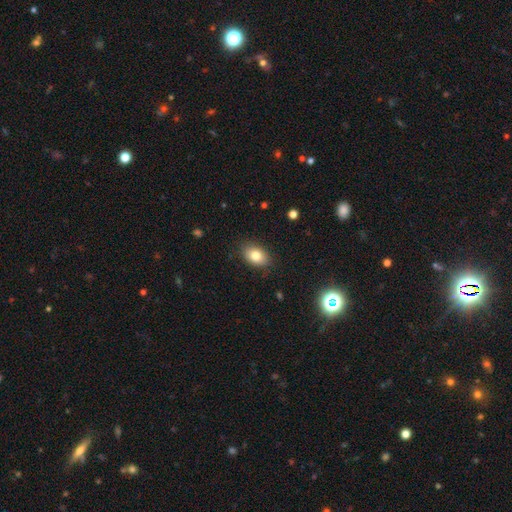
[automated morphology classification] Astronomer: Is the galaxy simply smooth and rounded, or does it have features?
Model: smooth — 81%.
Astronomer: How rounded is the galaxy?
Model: in between — 83%.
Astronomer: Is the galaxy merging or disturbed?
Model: none — 85%.